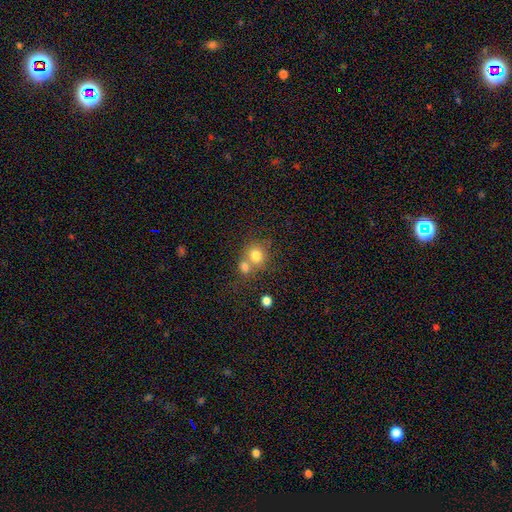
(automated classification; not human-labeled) Smooth or featured?
  - smooth: 77% *
  - star or artifact: 12%
  - featured or disk: 11%
How rounded?
  - round: 81% *
  - in between: 18%
  - cigar-shaped: 1%
Merging?
  - merger: 46% *
  - none: 42%
  - minor disturbance: 8%
  - major disturbance: 4%